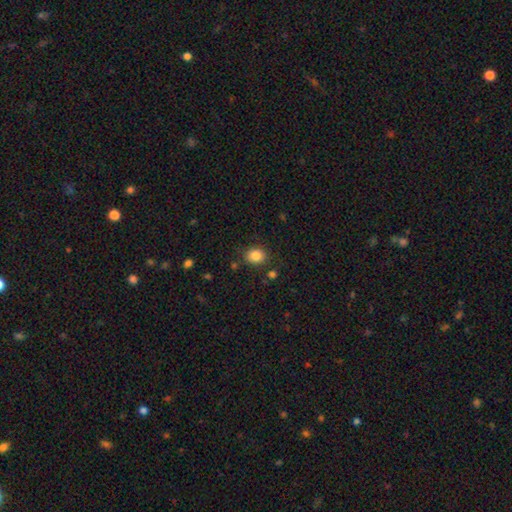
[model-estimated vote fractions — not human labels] This appears to be a smooth galaxy with no disk features (85%) that is round (59%). Merging: none (83%).